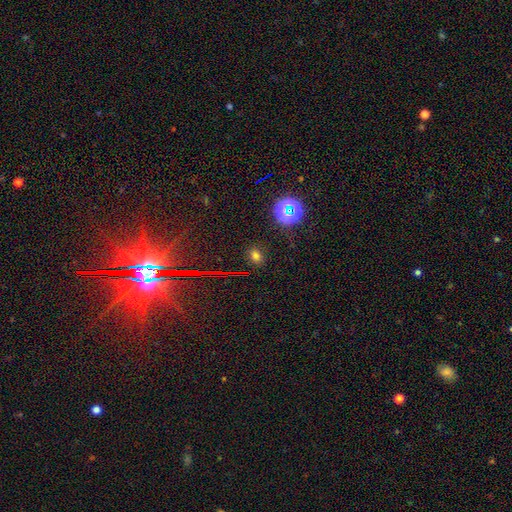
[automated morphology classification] Smooth or featured? smooth (66%)
How rounded? round (50%)
Merging? none (86%)